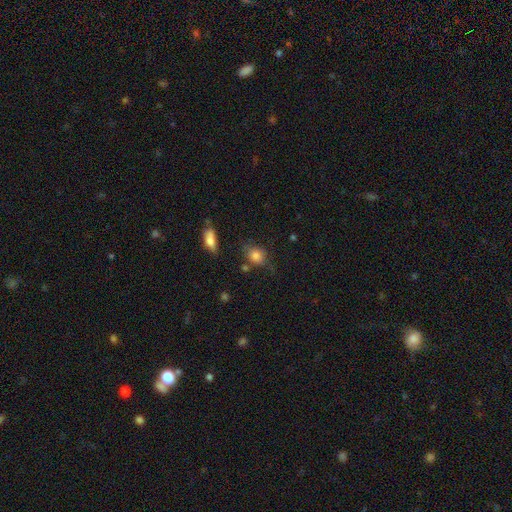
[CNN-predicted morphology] Smooth or featured?
  - smooth: 80% *
  - star or artifact: 10%
  - featured or disk: 10%
How rounded?
  - in between: 50% *
  - round: 48%
  - cigar-shaped: 2%
Merging?
  - none: 60% *
  - minor disturbance: 25%
  - major disturbance: 9%
  - merger: 7%